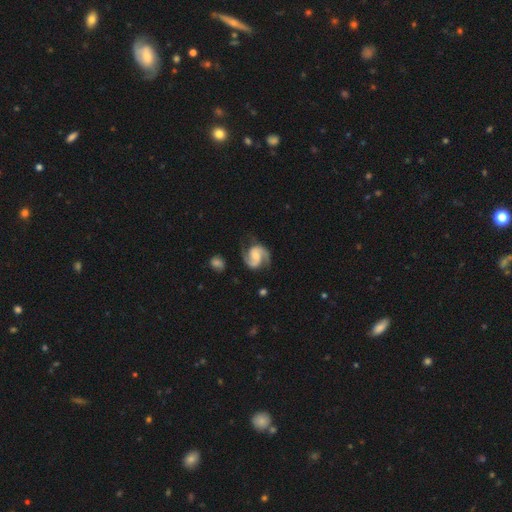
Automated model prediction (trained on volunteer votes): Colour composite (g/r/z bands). It shows a featured or disk galaxy (90%) with no bar (50%), 2 (93%) medium (57%) spiral arms (98%) and a moderate central bulge (43%). Merging: none (76%).